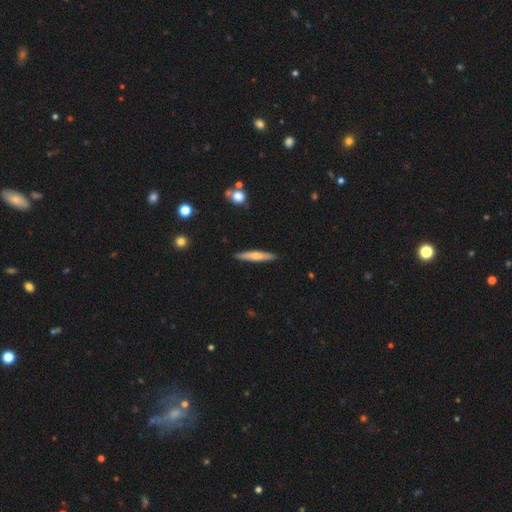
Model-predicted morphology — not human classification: smooth 54%, featured or disk 40%, star or artifact 6%. Down the decision tree: how rounded — cigar-shaped (91%); merging — none (90%).